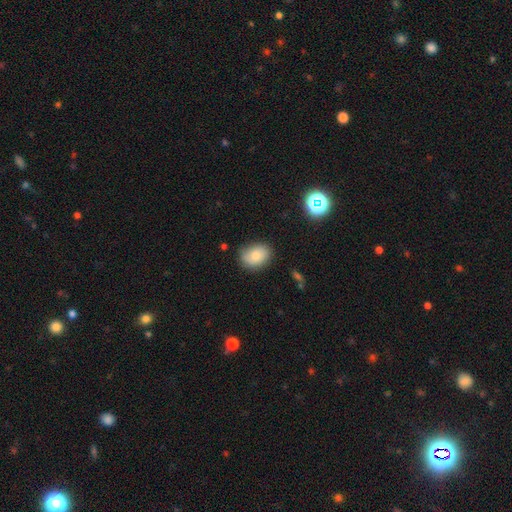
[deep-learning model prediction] A smooth galaxy with no disk features (80%) that is in between round and cigar-shaped (71%).

Vote fractions:
- Smooth or featured? smooth: 80% / featured or disk: 11% / star or artifact: 9%
- How rounded? in between: 71% / round: 28% / cigar-shaped: 1%
- Merging? none: 78% / minor disturbance: 17% / major disturbance: 3% / merger: 2%